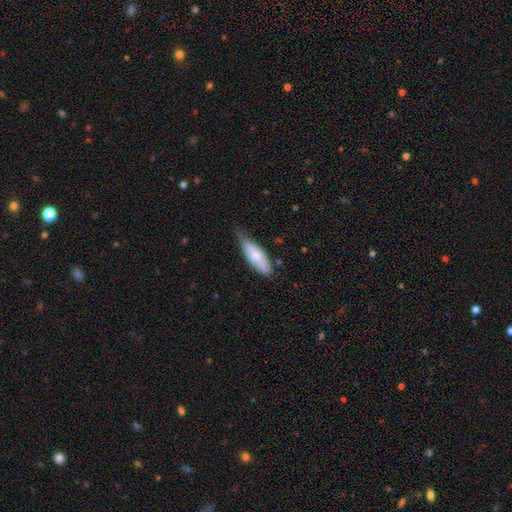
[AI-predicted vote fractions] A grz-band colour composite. It shows a smooth galaxy with no disk features (73%) that is in between round and cigar-shaped (58%). Merging: none (46%).